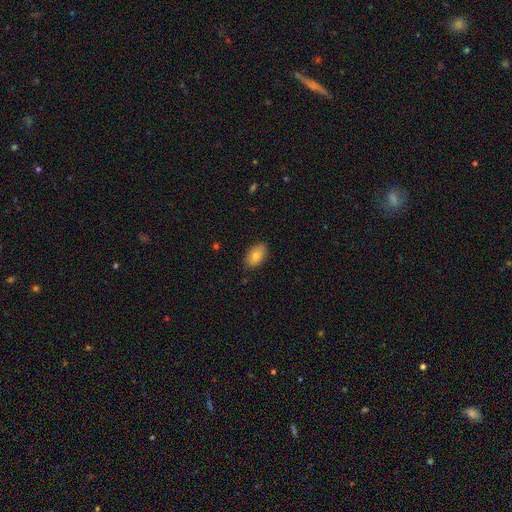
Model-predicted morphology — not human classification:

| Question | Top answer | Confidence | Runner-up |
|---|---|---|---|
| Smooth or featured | smooth | 80% | featured or disk (13%) |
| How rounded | in between | 91% | round (7%) |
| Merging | none | 86% | minor disturbance (11%) |